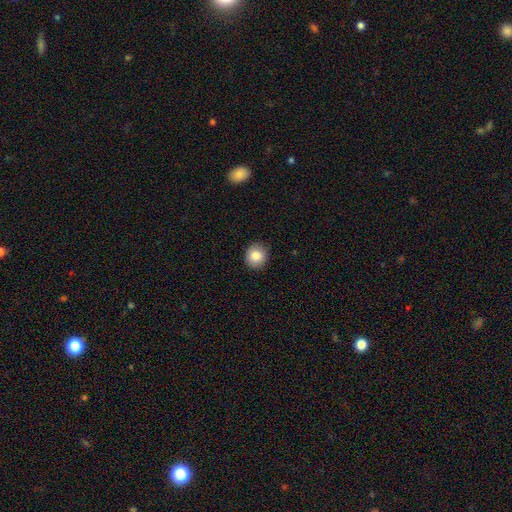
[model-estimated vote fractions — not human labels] This appears to be a smooth galaxy with no disk features (84%) that is round (86%). Merging: none (88%).